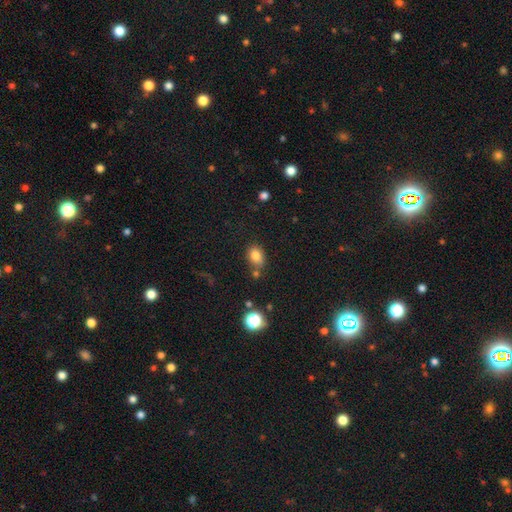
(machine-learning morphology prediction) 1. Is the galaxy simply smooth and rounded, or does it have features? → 81% smooth, 12% star or artifact, 7% featured or disk.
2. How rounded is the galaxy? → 73% in between, 25% round, 1% cigar-shaped.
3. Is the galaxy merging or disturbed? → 67% none, 16% minor disturbance, 12% merger, 4% major disturbance.